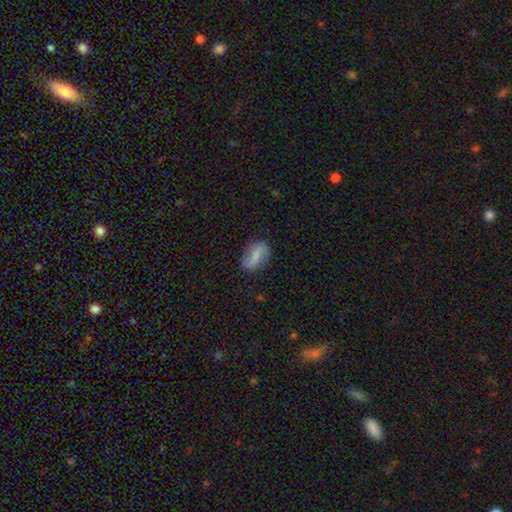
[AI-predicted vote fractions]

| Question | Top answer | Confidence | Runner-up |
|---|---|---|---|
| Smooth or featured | featured or disk | 46% | smooth (45%) |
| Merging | none | 76% | minor disturbance (17%) |